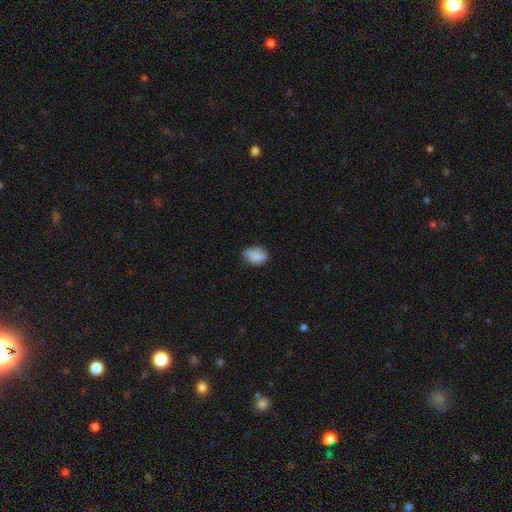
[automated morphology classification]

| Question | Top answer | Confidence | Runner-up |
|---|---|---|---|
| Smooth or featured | smooth | 85% | star or artifact (8%) |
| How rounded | in between | 76% | round (23%) |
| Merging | none | 72% | minor disturbance (23%) |